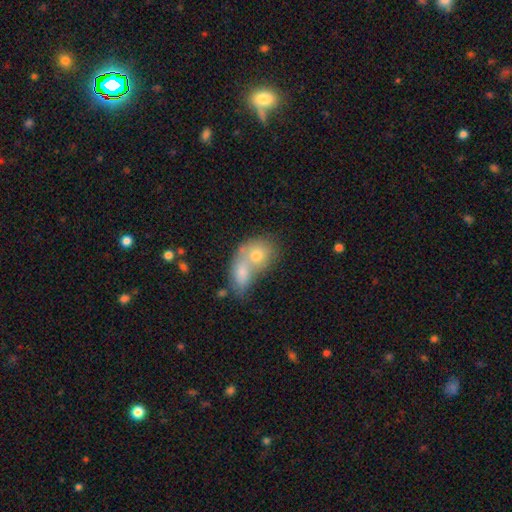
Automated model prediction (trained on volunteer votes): A smooth galaxy with no disk features (66%) that is in between round and cigar-shaped (49%). Merging: merger (73%).